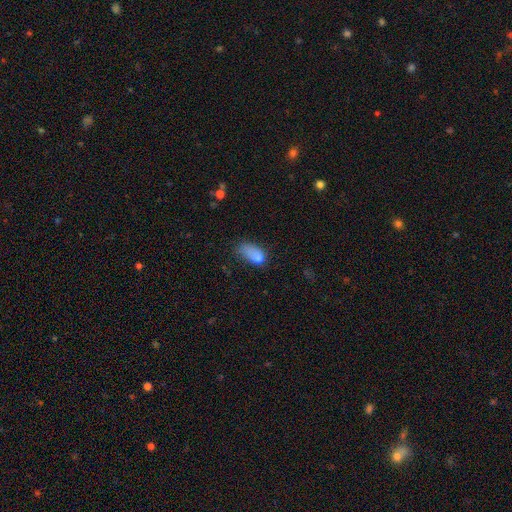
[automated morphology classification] Smooth or featured? smooth (75%)
How rounded? in between (88%)
Merging? major disturbance (39%)